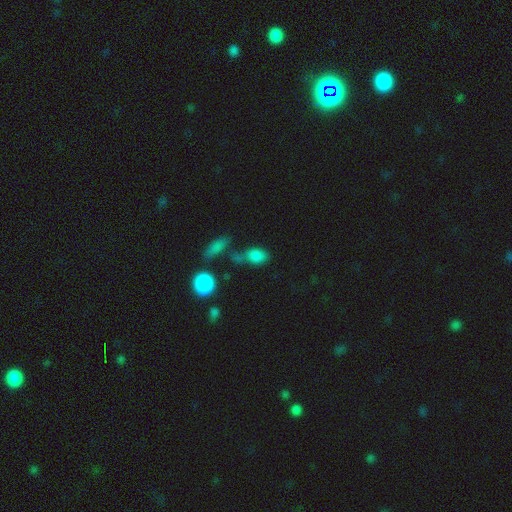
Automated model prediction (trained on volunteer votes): smooth_or_featured: smooth (p=0.80) [alt: star or artifact p=0.12]
how_rounded: in between (p=0.78) [alt: round p=0.18]
merging: none (p=0.49) [alt: merger p=0.24]